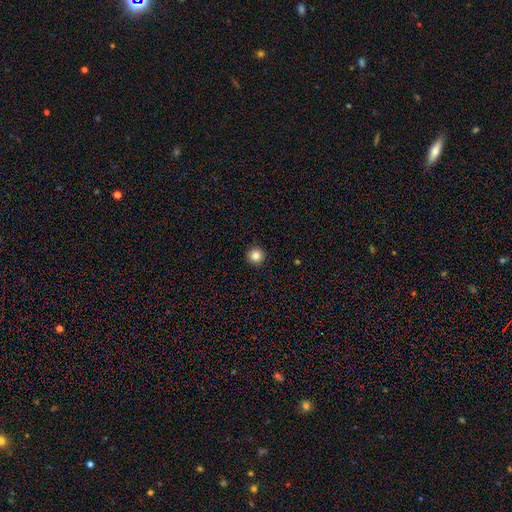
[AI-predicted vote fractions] The model was most divided on "smooth or featured": smooth: 85%, star or artifact: 11%, featured or disk: 4%. More confident: how rounded — round (96%); merging — none (94%).